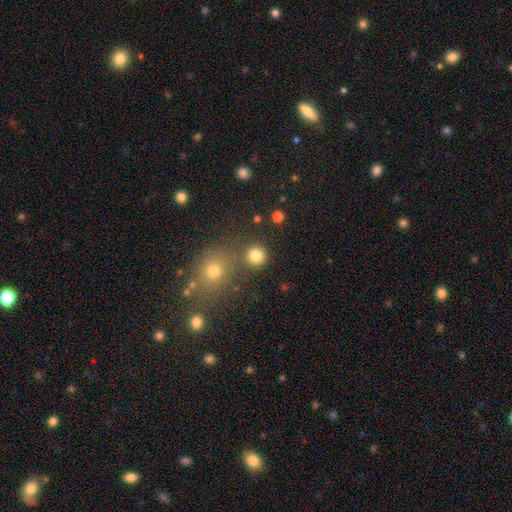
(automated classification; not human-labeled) smooth_or_featured: smooth (p=0.82) [alt: star or artifact p=0.13]
how_rounded: round (p=0.92) [alt: in between p=0.07]
merging: none (p=0.80) [alt: merger p=0.10]